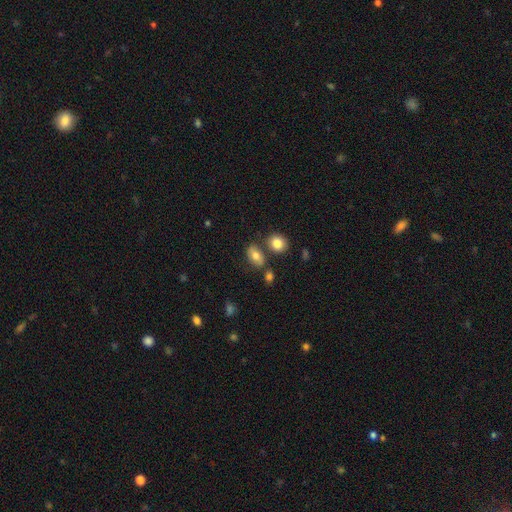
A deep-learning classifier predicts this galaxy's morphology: A smooth galaxy with no disk features (76%) that is in between round and cigar-shaped (82%).

Vote fractions:
- Smooth or featured? smooth: 76% / featured or disk: 14% / star or artifact: 10%
- How rounded? in between: 82% / round: 15% / cigar-shaped: 3%
- Merging? none: 69% / minor disturbance: 14% / merger: 13% / major disturbance: 4%